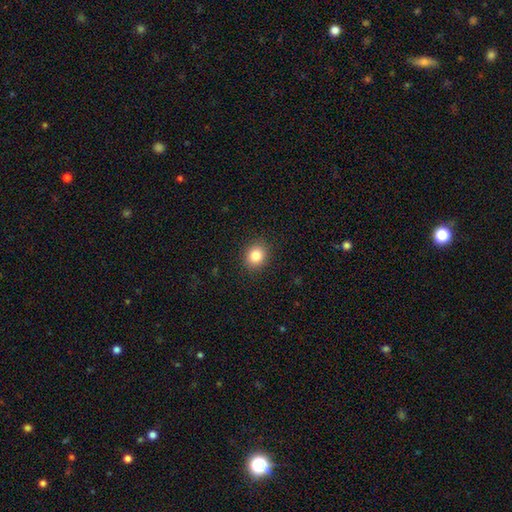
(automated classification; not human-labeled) Smooth or featured: smooth — 83% (star or artifact — 11%)
How rounded: round — 67% (in between — 32%)
Merging: none — 90% (minor disturbance — 7%)